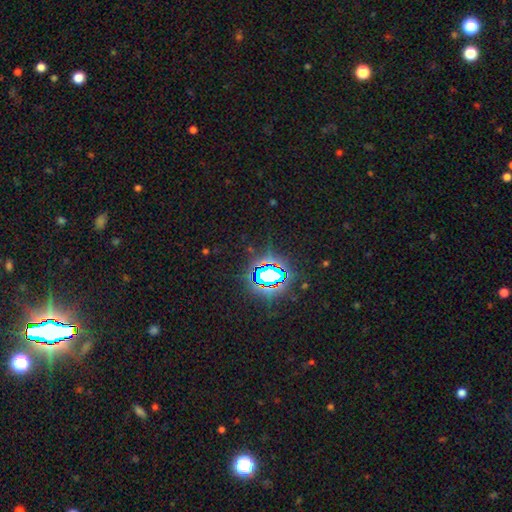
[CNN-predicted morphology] star or artifact 81%, smooth 12%, featured or disk 7%.